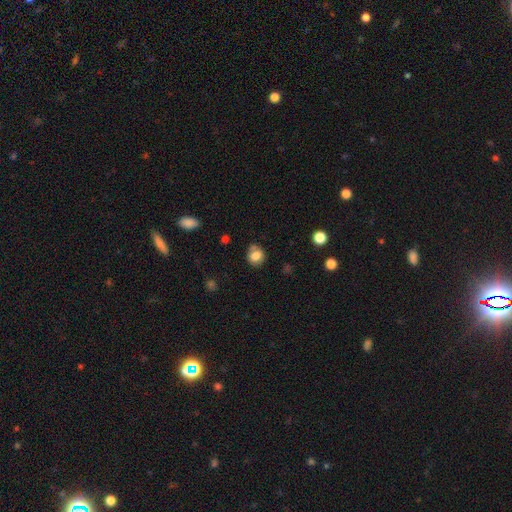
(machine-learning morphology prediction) type=smooth (79%); roundness=round (72%); merging=none (67%).